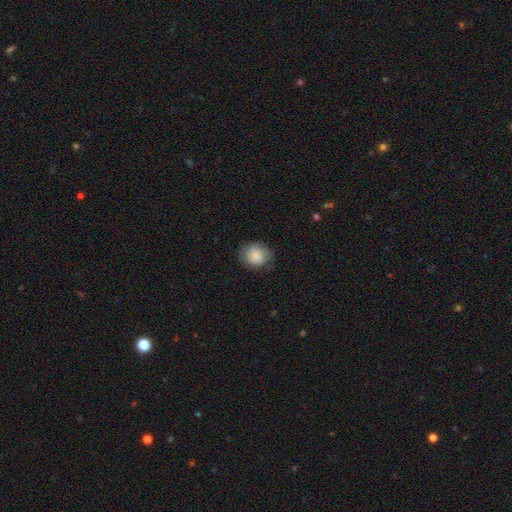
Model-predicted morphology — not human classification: Smooth or featured? smooth (82%)
How rounded? round (65%)
Merging? none (72%)